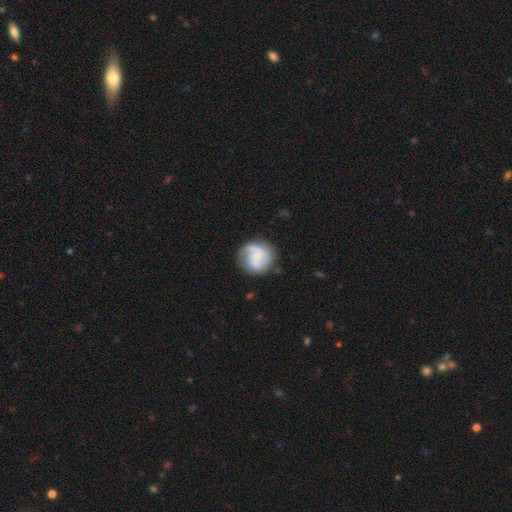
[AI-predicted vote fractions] This is possibly a featured or disk galaxy (56%). It is clearly not viewed edge-on (98%). Bar: possibly no (48%). Spiral arm pattern: clearly yes (87%). Central bulge: marginally small (40%). Merging: likely none (71%).